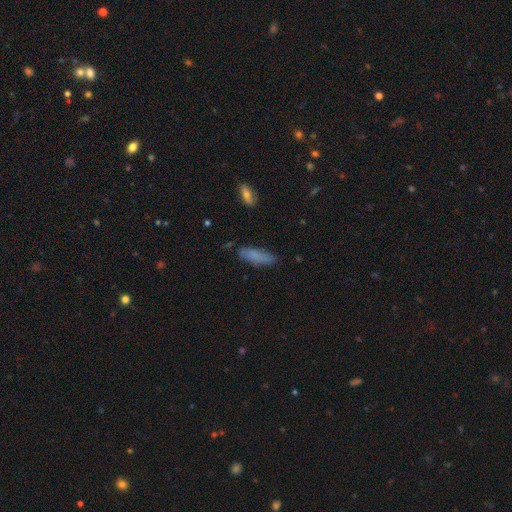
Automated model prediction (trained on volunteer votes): smooth-or-featured: smooth: 80% | featured or disk: 12% | star or artifact: 8%
  how-rounded: cigar-shaped: 63% | in between: 35% | round: 2%
  merging: none: 77% | minor disturbance: 17% | major disturbance: 4% | merger: 2%